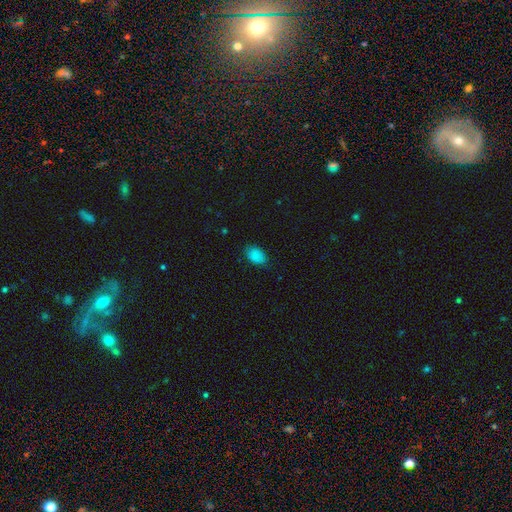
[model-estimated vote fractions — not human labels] A smooth galaxy with no disk features (86%) that is in between round and cigar-shaped (87%).

Vote fractions:
- Smooth or featured? smooth: 86% / star or artifact: 9% / featured or disk: 4%
- How rounded? in between: 87% / round: 12% / cigar-shaped: 1%
- Merging? none: 78% / minor disturbance: 17% / major disturbance: 4% / merger: 1%